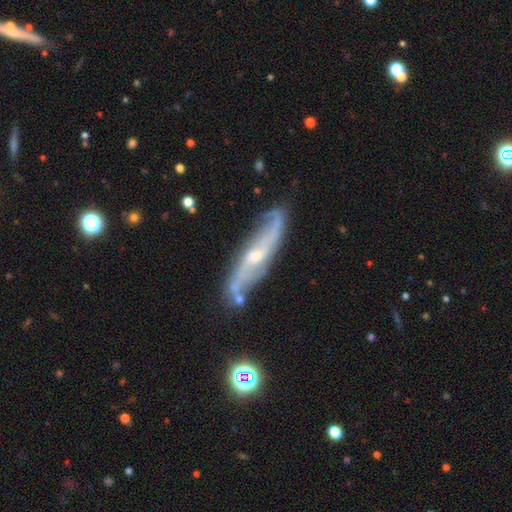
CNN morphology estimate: type=featured or disk (83%); edge-on=no (72%); bar=no (45%); spiral arms=yes (94%); winding=loose (46%); arm count=2 (81%); bulge=small (50%); merging=none (75%).